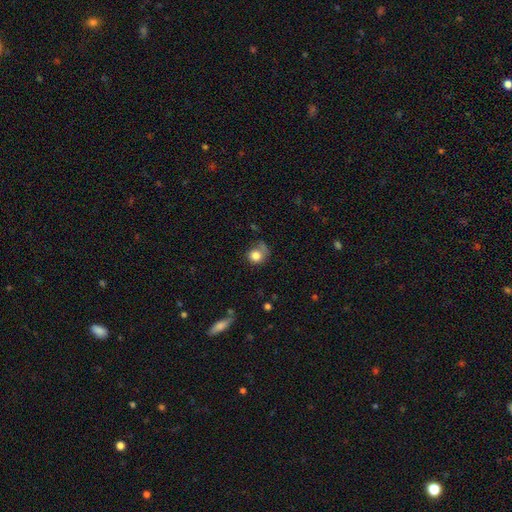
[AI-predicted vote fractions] Overall: smooth (80%). How rounded: round (80%). Merging: none (49%; minor disturbance 25%).